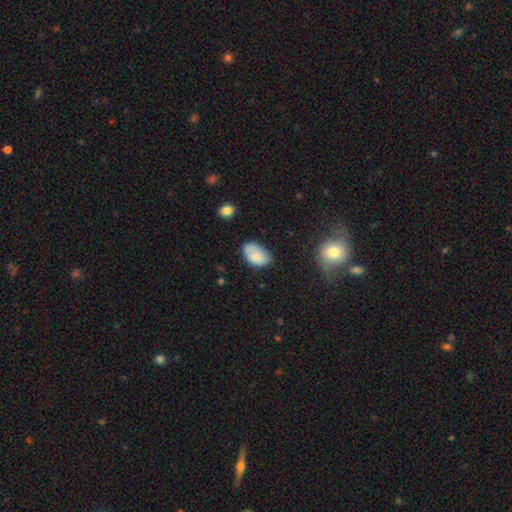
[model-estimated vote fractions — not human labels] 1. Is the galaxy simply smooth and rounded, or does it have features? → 79% smooth, 13% featured or disk, 8% star or artifact.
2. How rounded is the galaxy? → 91% in between, 8% round, 1% cigar-shaped.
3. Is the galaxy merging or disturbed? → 58% none, 31% minor disturbance, 7% major disturbance, 4% merger.